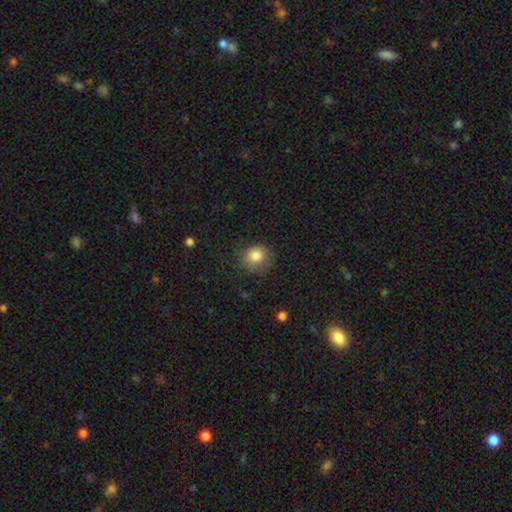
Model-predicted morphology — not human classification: The model was most divided on "merging": none: 71%, minor disturbance: 20%, major disturbance: 7%, merger: 1%. More confident: smooth or featured — smooth (83%); how rounded — round (78%).